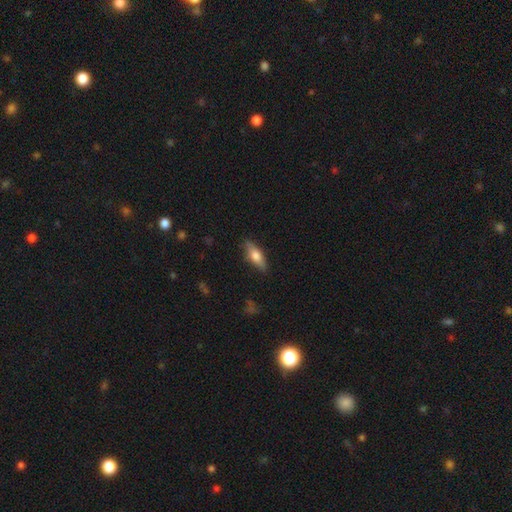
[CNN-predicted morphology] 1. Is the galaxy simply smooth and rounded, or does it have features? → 61% smooth, 33% featured or disk, 6% star or artifact.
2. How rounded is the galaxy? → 56% in between, 41% cigar-shaped, 3% round.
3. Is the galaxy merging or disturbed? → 85% none, 12% minor disturbance, 2% major disturbance, 1% merger.